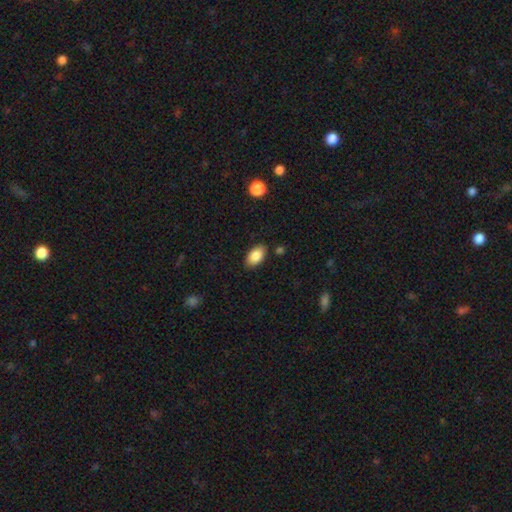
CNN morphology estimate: Smooth or featured: smooth — 86% (star or artifact — 7%)
How rounded: in between — 93% (round — 5%)
Merging: none — 85% (minor disturbance — 11%)